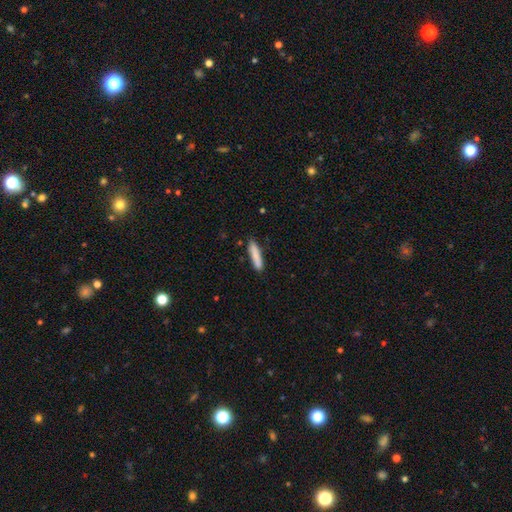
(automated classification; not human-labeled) Smooth or featured? Predicted: smooth (p=0.85). How rounded? Predicted: cigar-shaped (p=0.87). Merging? Predicted: none (p=0.87).